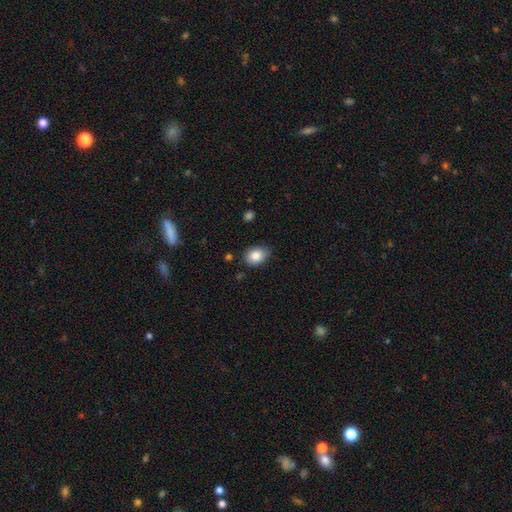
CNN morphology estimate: This is clearly a smooth galaxy (85%). How rounded: likely in between (70%). Merging: likely none (80%).